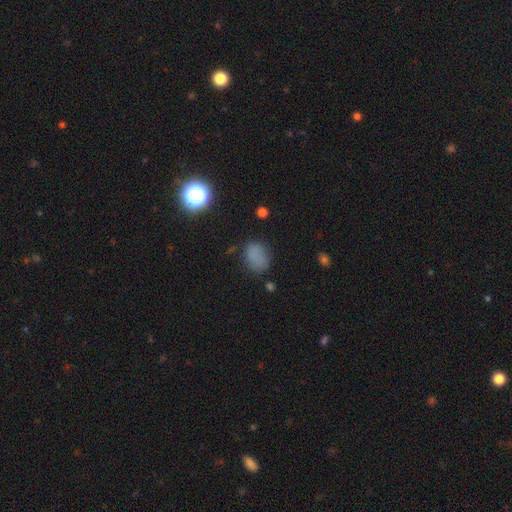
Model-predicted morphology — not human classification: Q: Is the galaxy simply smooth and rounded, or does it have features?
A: smooth — 75%.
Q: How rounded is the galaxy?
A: in between — 71%.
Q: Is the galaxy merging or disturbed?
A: none — 70%.